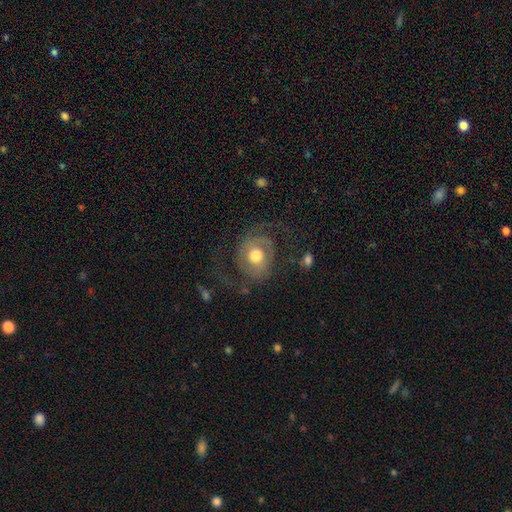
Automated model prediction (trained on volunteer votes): Q: Smooth or featured?
A: featured or disk (70%); runner-up: smooth (24%)
Q: Edge-on disk?
A: no (97%); runner-up: yes (3%)
Q: Bar?
A: no (76%); runner-up: weak (19%)
Q: Spiral arms?
A: yes (79%); runner-up: no (21%)
Q: Spiral winding?
A: medium (40%); runner-up: loose (36%)
Q: Spiral arm count?
A: 2 (75%); runner-up: can't tell (9%)
Q: Bulge size?
A: moderate (65%); runner-up: large (25%)
Q: Merging?
A: none (58%); runner-up: major disturbance (25%)